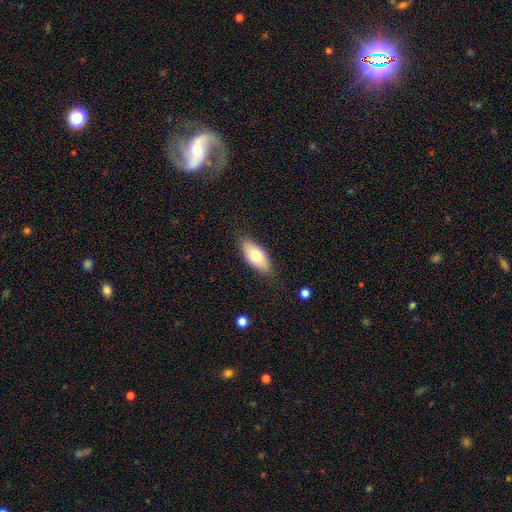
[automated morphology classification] Overall: smooth (72%). How rounded: in between (86%). Merging: none (84%).